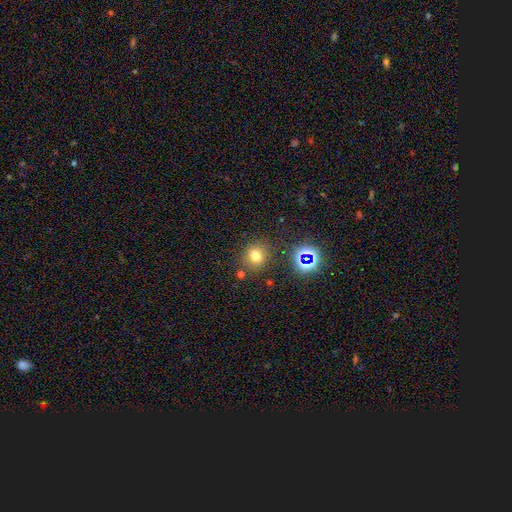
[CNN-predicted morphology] Smooth or featured? Predicted: smooth (p=0.70). How rounded? Predicted: round (p=0.81). Merging? Predicted: none (p=0.81).